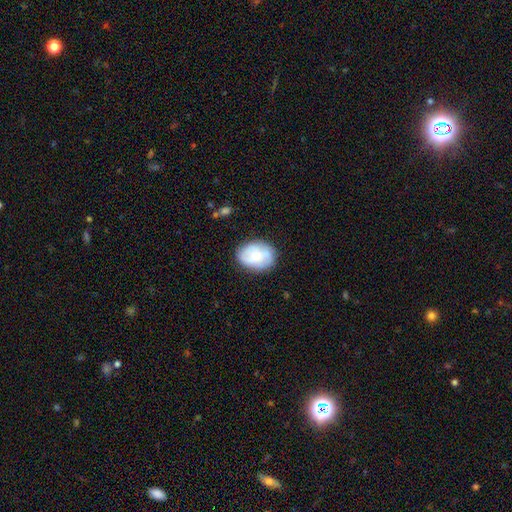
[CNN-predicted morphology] This appears to be a smooth galaxy with no disk features (62%) that is in between round and cigar-shaped (69%). Merging: none (74%).